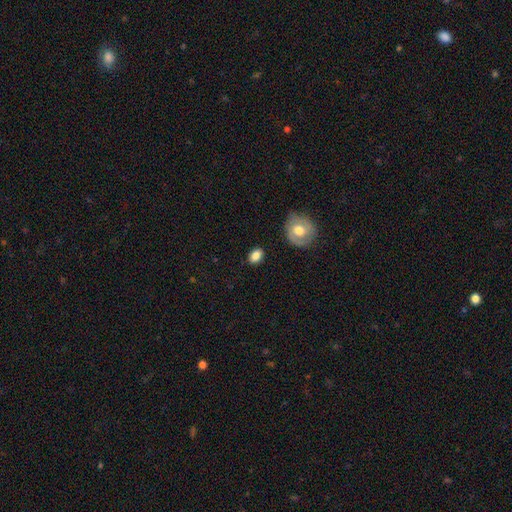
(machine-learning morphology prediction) Smooth or featured: smooth — 84% (featured or disk — 8%)
How rounded: in between — 76% (round — 23%)
Merging: none — 84% (minor disturbance — 11%)